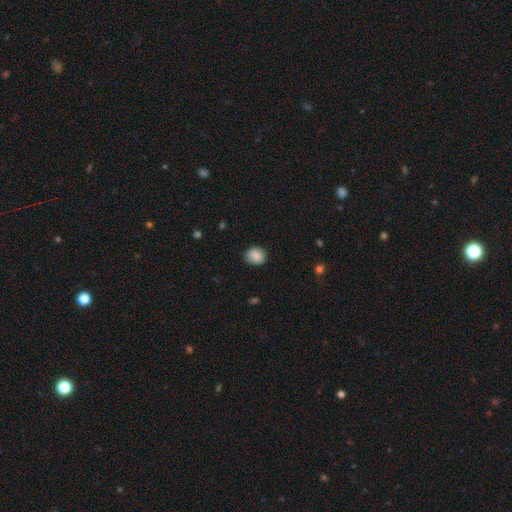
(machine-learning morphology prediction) type=smooth (88%); roundness=round (62%); merging=none (84%).